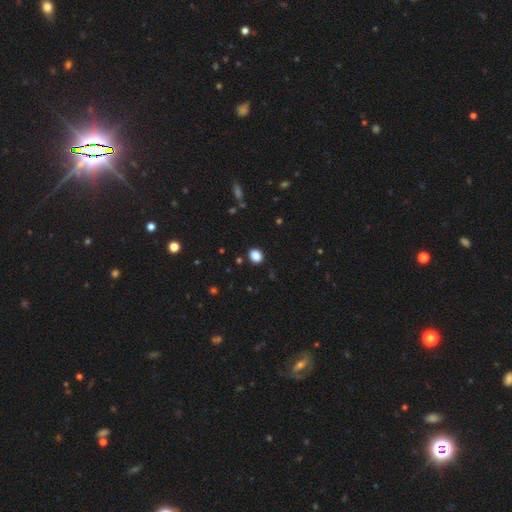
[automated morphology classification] Smooth or featured? Predicted: smooth (p=0.87). How rounded? Predicted: in between (p=0.52). Merging? Predicted: none (p=0.89).